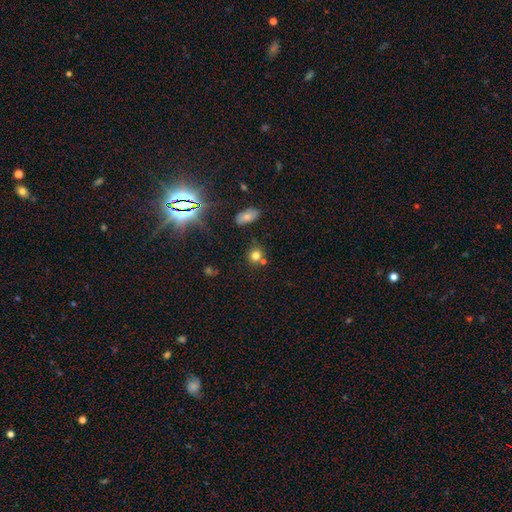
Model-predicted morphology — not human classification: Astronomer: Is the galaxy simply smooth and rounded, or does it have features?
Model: smooth — 74%.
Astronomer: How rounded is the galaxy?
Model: round — 83%.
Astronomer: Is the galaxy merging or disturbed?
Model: none — 68%.